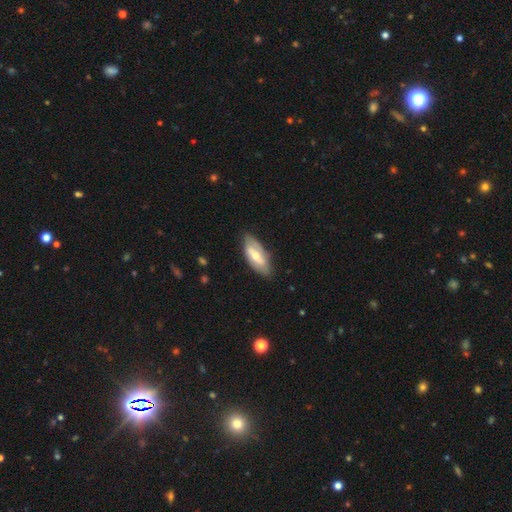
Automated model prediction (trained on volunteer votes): Q: Smooth or featured?
A: featured or disk (53%); runner-up: smooth (42%)
Q: Edge-on disk?
A: no (80%); runner-up: yes (20%)
Q: Merging?
A: none (78%); runner-up: minor disturbance (17%)